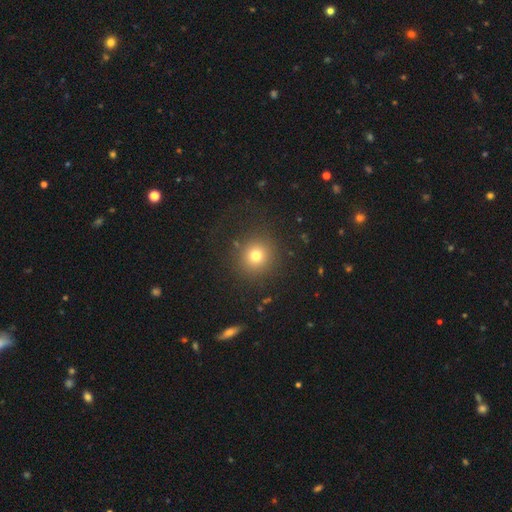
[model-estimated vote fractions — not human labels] This is likely a smooth galaxy (76%). How rounded: clearly round (92%). Merging: clearly none (88%).